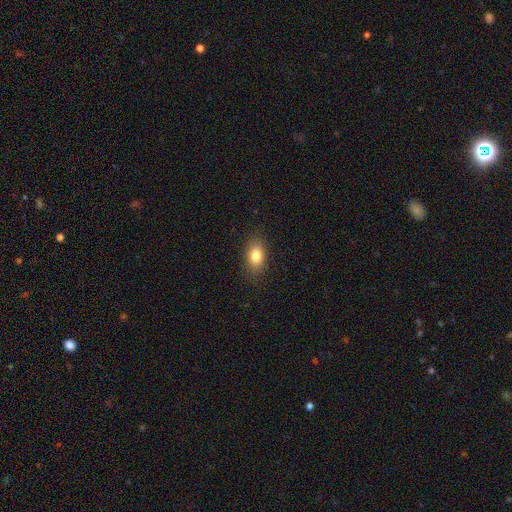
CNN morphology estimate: Smooth or featured: smooth — 82% (featured or disk — 9%)
How rounded: in between — 83% (round — 14%)
Merging: none — 86% (minor disturbance — 10%)